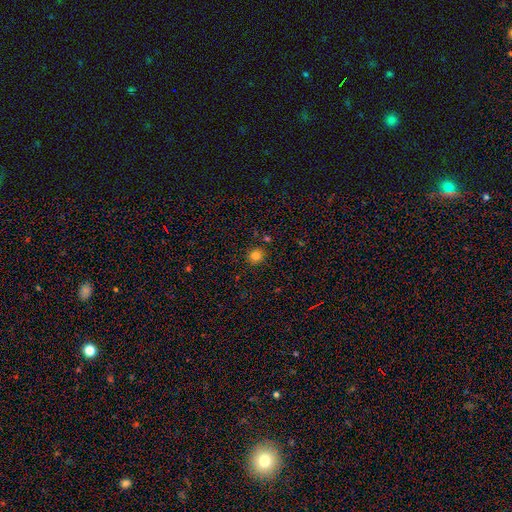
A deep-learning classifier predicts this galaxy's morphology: This appears to be a smooth galaxy with no disk features (82%) that is round (92%). Merging: none (86%).